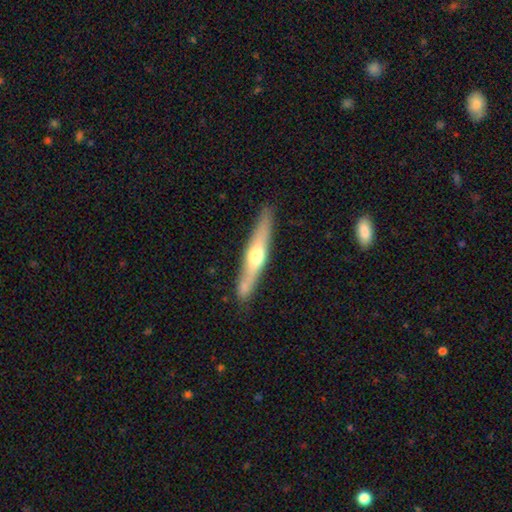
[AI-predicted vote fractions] Morphology: type=featured or disk (58%); edge-on=yes (92%); edge-on bulge=rounded (89%); merging=none (86%).